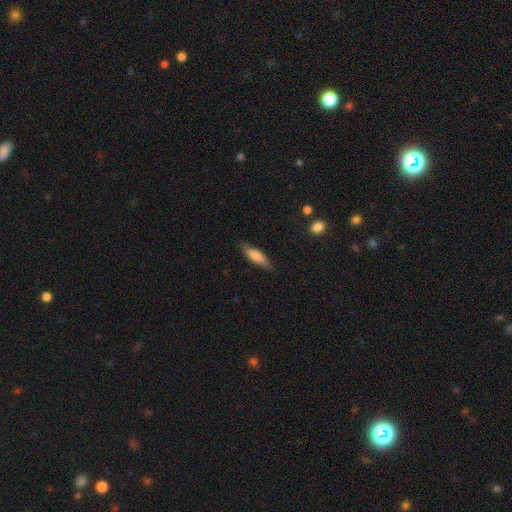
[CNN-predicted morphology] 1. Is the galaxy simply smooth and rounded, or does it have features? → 76% smooth, 18% featured or disk, 6% star or artifact.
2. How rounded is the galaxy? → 62% cigar-shaped, 36% in between, 2% round.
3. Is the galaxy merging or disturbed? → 82% none, 14% minor disturbance, 3% major disturbance, 1% merger.